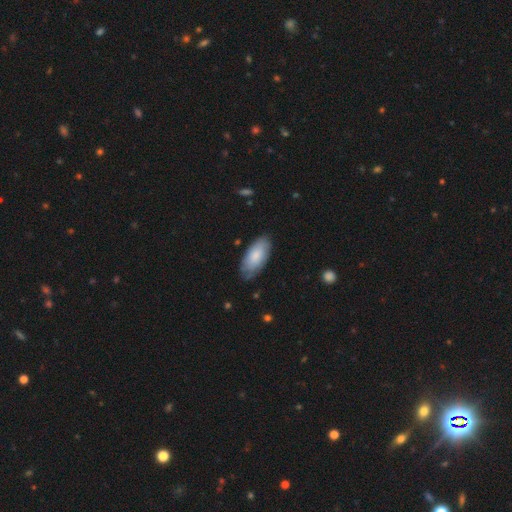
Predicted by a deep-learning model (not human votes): smooth 74%, featured or disk 20%, star or artifact 5%. Down the decision tree: how rounded — in between (92%); merging — none (76%).